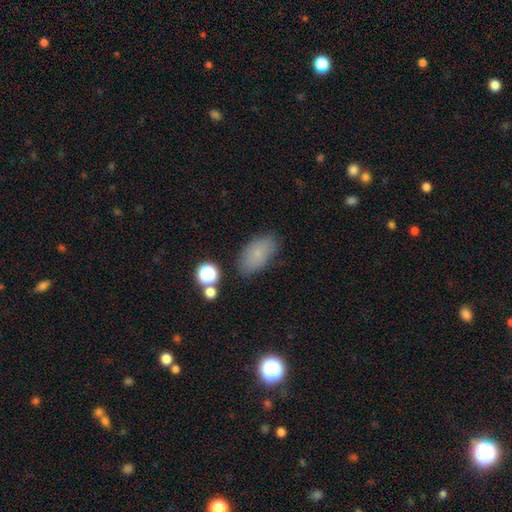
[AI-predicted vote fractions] A smooth galaxy with no disk features (77%) that is in between round and cigar-shaped (91%).

Vote fractions:
- Smooth or featured? smooth: 77% / featured or disk: 12% / star or artifact: 11%
- How rounded? in between: 91% / round: 6% / cigar-shaped: 2%
- Merging? none: 78% / minor disturbance: 15% / major disturbance: 4% / merger: 3%